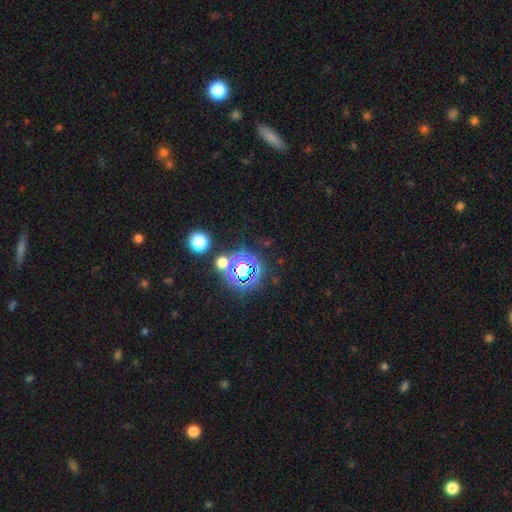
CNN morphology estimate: A star or artifact, not a galaxy (74%).

Vote fractions:
- Smooth or featured? star or artifact: 74% / smooth: 18% / featured or disk: 8%